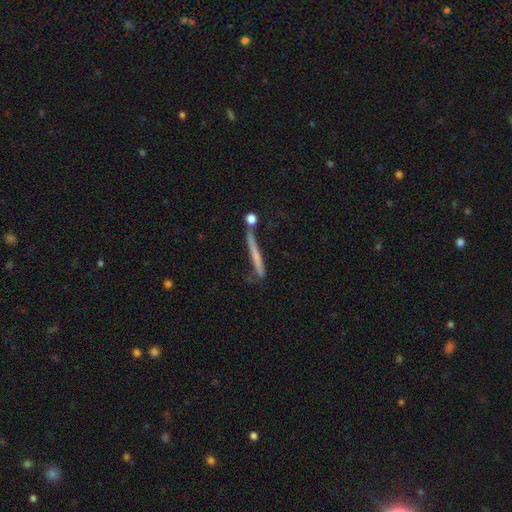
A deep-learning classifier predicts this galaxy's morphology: Smooth or featured: smooth — 47% (featured or disk — 44%)
Merging: none — 64% (minor disturbance — 17%)